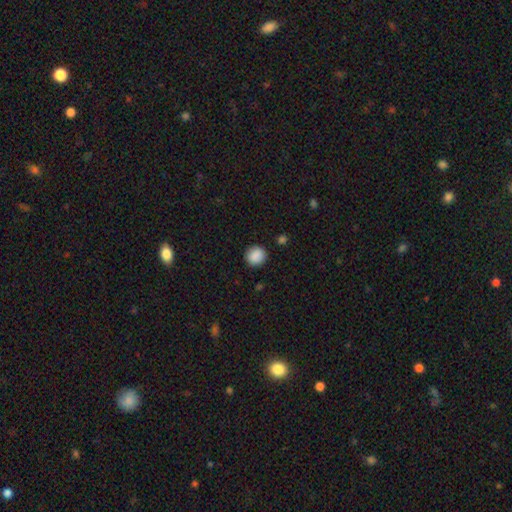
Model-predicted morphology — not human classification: smooth-or-featured: smooth: 89% | star or artifact: 8% | featured or disk: 3%
  how-rounded: round: 84% | in between: 15% | cigar-shaped: 1%
  merging: none: 89% | minor disturbance: 8% | major disturbance: 2% | merger: 1%